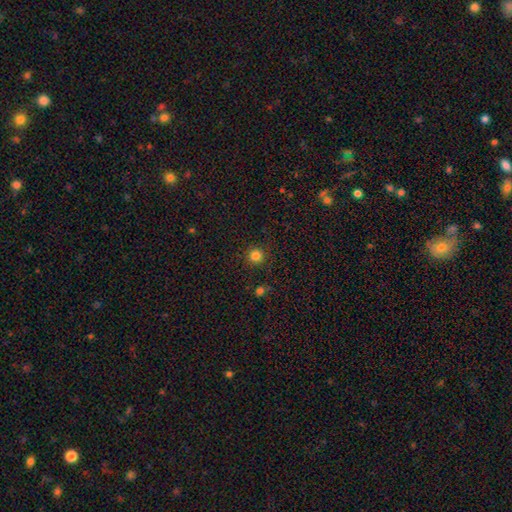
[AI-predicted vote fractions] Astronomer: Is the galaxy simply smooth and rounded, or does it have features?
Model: smooth — 83%.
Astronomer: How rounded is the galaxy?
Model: round — 95%.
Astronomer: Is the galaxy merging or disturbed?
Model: none — 91%.